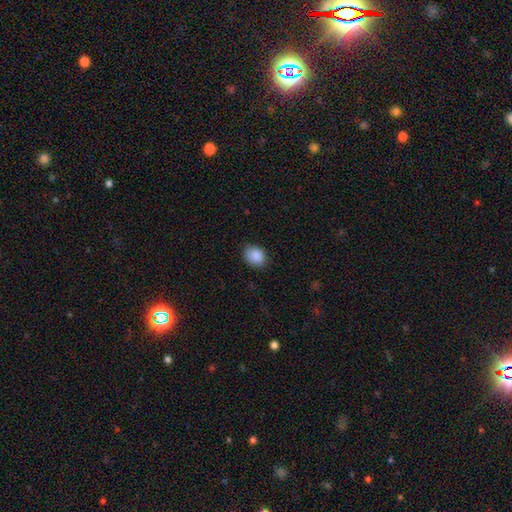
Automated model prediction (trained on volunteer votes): This is clearly a smooth galaxy (89%). How rounded: likely in between (62%). Merging: clearly none (82%).